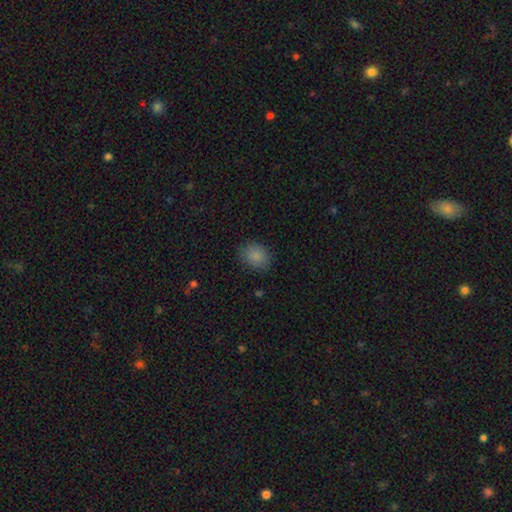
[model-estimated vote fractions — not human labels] A smooth galaxy with no disk features (86%) that is round (51%).

Vote fractions:
- Smooth or featured? smooth: 86% / star or artifact: 10% / featured or disk: 5%
- How rounded? round: 51% / in between: 48% / cigar-shaped: 1%
- Merging? none: 83% / minor disturbance: 12% / major disturbance: 3% / merger: 1%